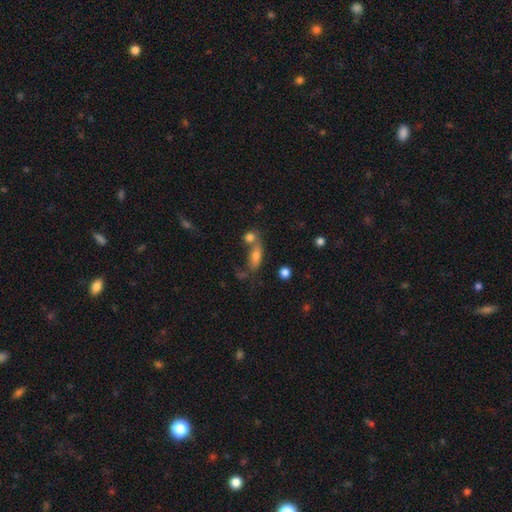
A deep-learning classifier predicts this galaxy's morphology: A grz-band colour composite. It shows a smooth galaxy with no disk features (69%) that is in between round and cigar-shaped (67%). Merging: none (41%).